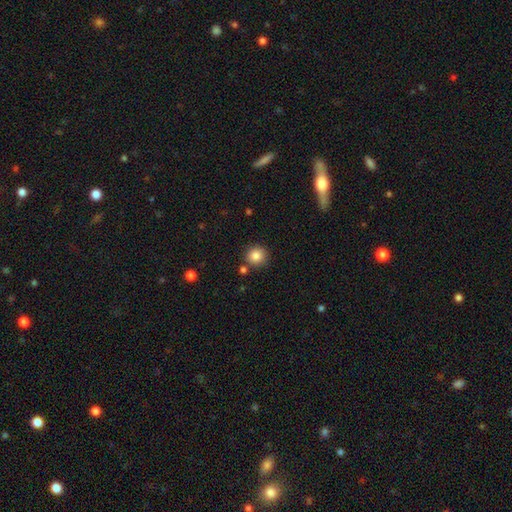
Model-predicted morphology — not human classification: Overall: smooth (85%). How rounded: round (91%). Merging: none (84%).